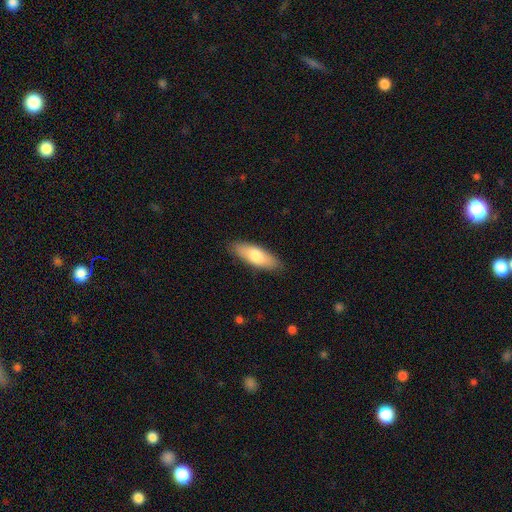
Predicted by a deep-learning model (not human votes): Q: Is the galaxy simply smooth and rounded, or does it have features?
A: smooth — 75%.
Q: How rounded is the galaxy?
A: in between — 62%.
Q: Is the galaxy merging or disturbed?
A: none — 86%.